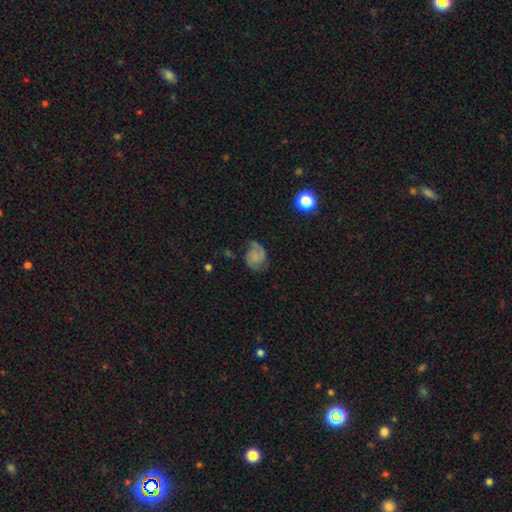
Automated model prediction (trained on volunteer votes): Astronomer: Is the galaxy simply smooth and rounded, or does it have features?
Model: featured or disk — 64%.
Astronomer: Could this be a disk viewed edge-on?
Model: no — 98%.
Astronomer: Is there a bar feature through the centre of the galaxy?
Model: no — 73%.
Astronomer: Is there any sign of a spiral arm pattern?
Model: yes — 92%.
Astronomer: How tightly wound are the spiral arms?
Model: medium — 44% (runner-up: tight, 32%).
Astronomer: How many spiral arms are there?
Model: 2 — 80%.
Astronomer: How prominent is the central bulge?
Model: none — 57%.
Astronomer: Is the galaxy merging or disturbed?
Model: none — 61%.